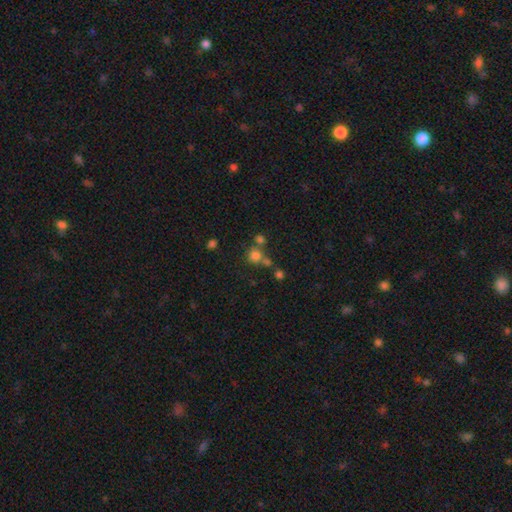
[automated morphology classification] smooth_or_featured: smooth (p=0.73) [alt: star or artifact p=0.18]
how_rounded: round (p=0.89) [alt: in between p=0.10]
merging: none (p=0.56) [alt: merger p=0.31]